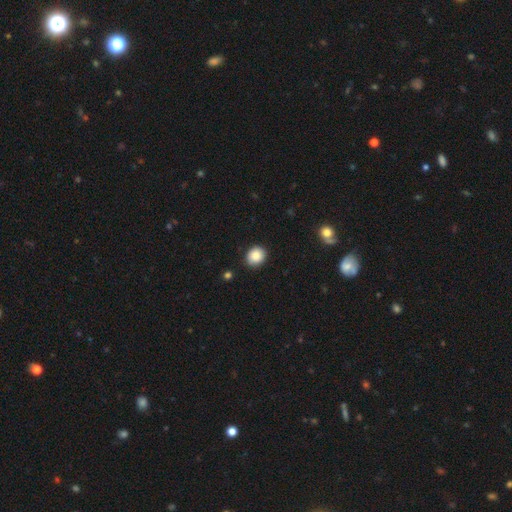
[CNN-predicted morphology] Smooth or featured: smooth — 85% (star or artifact — 9%)
How rounded: round — 69% (in between — 30%)
Merging: none — 87% (minor disturbance — 10%)